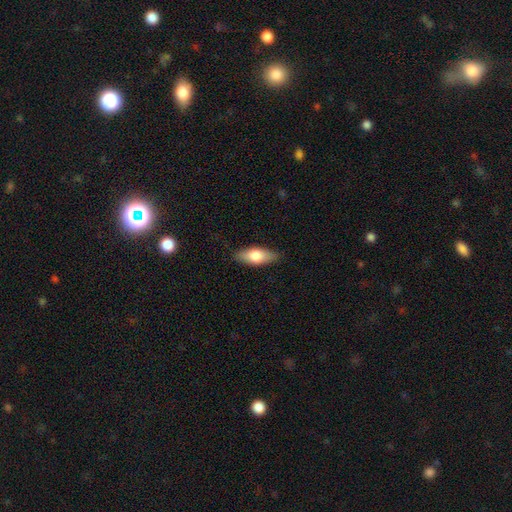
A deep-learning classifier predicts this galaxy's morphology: The model was most divided on "smooth or featured": smooth: 71%, featured or disk: 23%, star or artifact: 6%. More confident: merging — none (84%); how rounded — in between (78%).